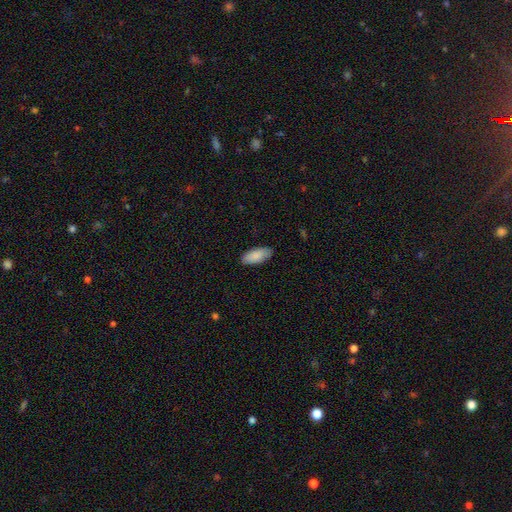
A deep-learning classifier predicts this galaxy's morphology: This appears to be a smooth galaxy with no disk features (88%) that is in between round and cigar-shaped (85%). Merging: none (87%).